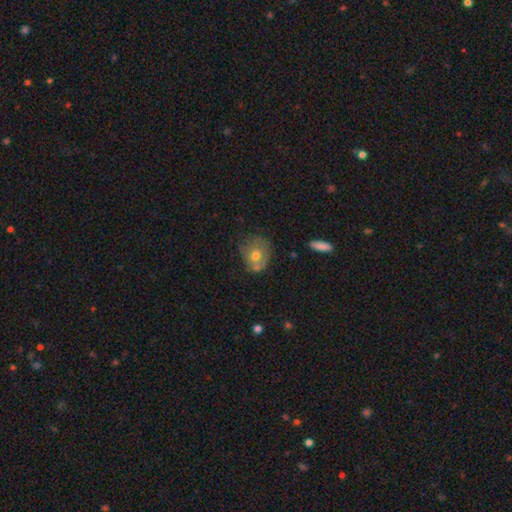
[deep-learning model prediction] Morphology: type=smooth (64%); roundness=round (58%); merging=none (46%).